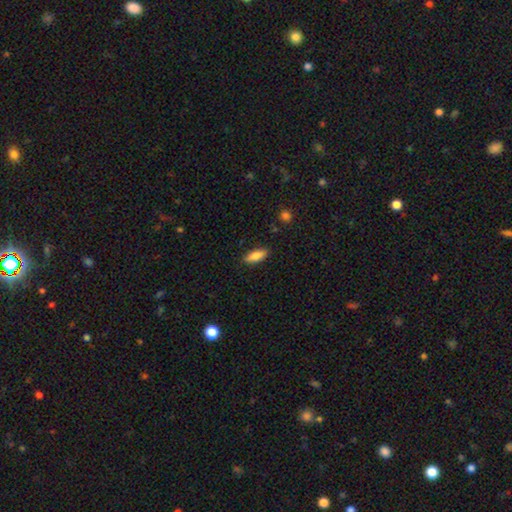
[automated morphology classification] Overall: smooth (83%). How rounded: in between (75%). Merging: none (87%).